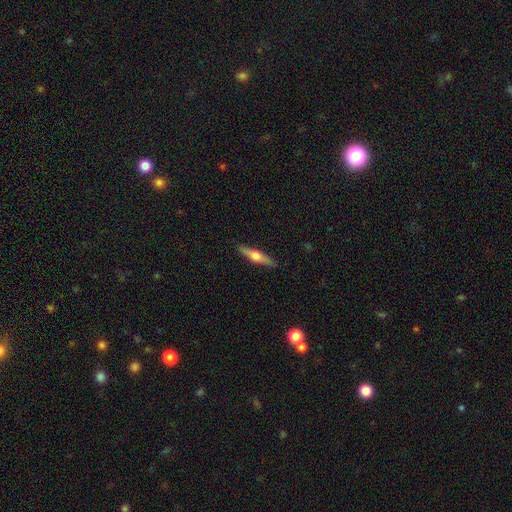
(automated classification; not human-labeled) Q: Smooth or featured?
A: featured or disk (56%); runner-up: smooth (38%)
Q: Edge-on disk?
A: yes (95%); runner-up: no (5%)
Q: Edge-on bulge?
A: rounded (93%); runner-up: boxy (4%)
Q: Merging?
A: none (89%); runner-up: minor disturbance (8%)